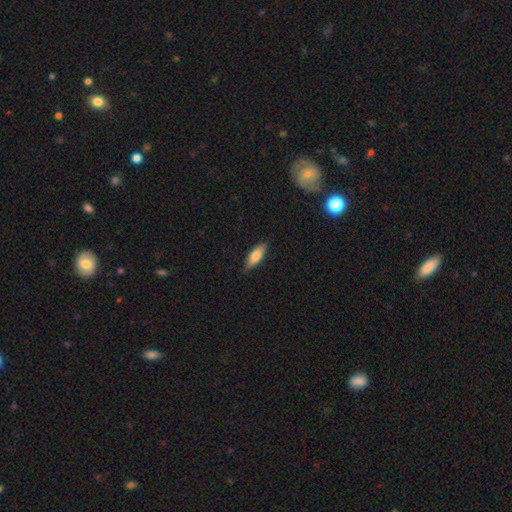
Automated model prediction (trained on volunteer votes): Smooth or featured? smooth (80%)
How rounded? in between (69%)
Merging? none (83%)